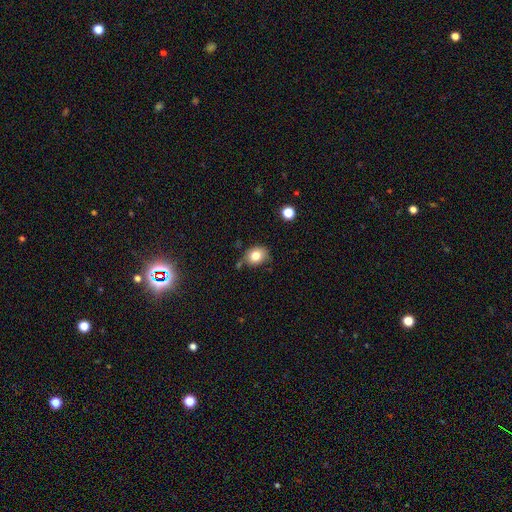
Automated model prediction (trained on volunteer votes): The model was most divided on "how rounded": round: 55%, in between: 44%, cigar-shaped: 1%. More confident: smooth or featured — smooth (80%); merging — none (70%).